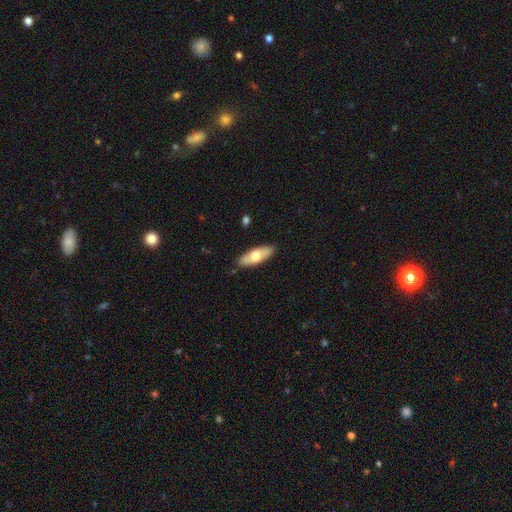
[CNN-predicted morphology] Overall: smooth (66%; featured or disk 28%). How rounded: in between (69%; cigar-shaped 29%). Merging: none (87%).